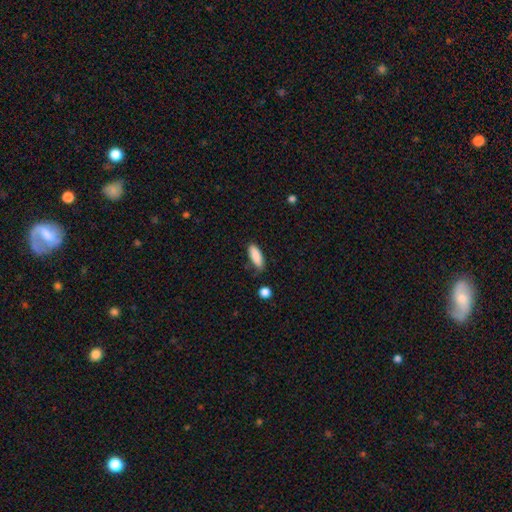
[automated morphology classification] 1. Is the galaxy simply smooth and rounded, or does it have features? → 88% smooth, 6% star or artifact, 5% featured or disk.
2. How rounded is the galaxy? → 70% in between, 28% cigar-shaped, 2% round.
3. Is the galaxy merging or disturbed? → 72% none, 21% minor disturbance, 4% major disturbance, 3% merger.